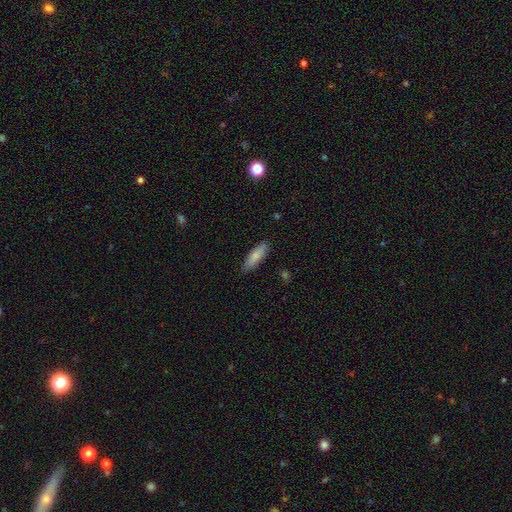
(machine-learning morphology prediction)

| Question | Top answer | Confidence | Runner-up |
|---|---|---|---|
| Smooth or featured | smooth | 80% | featured or disk (14%) |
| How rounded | cigar-shaped | 57% | in between (42%) |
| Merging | none | 86% | minor disturbance (11%) |